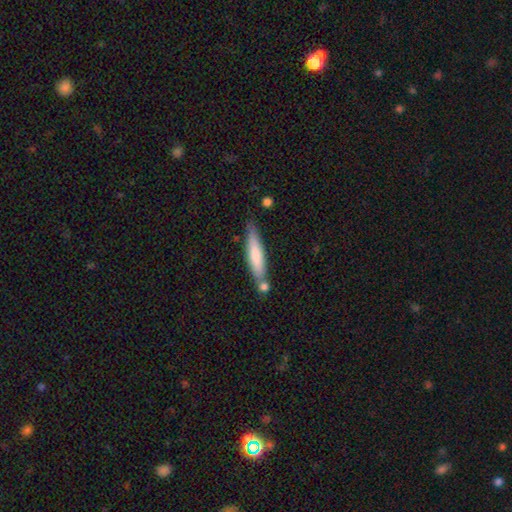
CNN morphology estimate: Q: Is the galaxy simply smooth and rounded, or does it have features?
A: smooth — 71%.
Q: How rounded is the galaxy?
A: cigar-shaped — 85%.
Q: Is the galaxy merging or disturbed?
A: none — 68%.